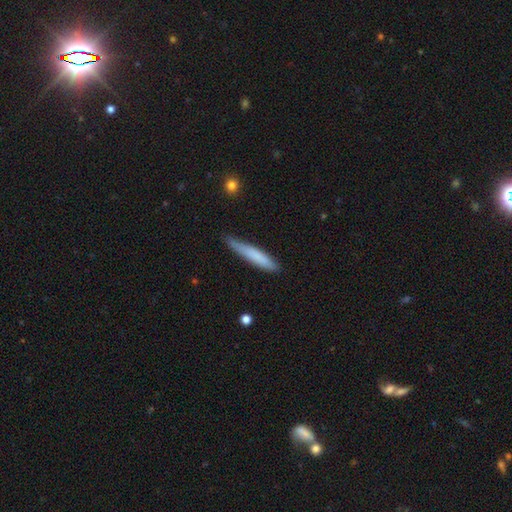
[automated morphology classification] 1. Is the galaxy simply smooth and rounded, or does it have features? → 73% smooth, 21% featured or disk, 6% star or artifact.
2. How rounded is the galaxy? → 93% cigar-shaped, 6% in between, 1% round.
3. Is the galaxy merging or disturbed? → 66% none, 28% minor disturbance, 4% major disturbance, 2% merger.